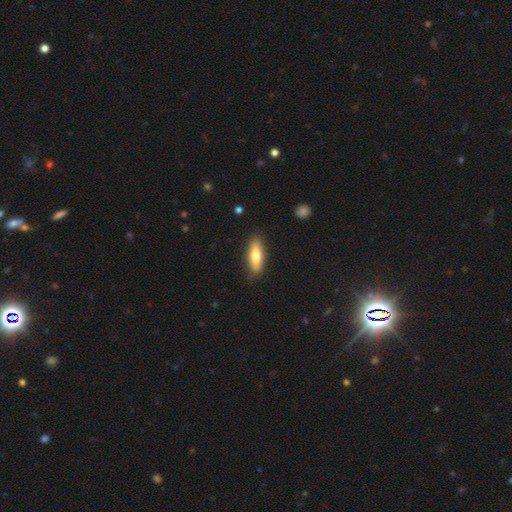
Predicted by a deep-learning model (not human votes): The model was most divided on "how rounded": in between: 53%, cigar-shaped: 45%, round: 2%. More confident: merging — none (86%); smooth or featured — smooth (71%).